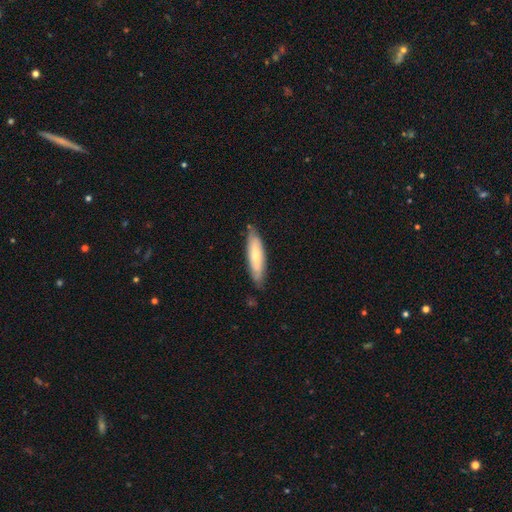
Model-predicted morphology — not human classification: A smooth galaxy with no disk features (59%) that is cigar-shaped (68%).

Vote fractions:
- Smooth or featured? smooth: 59% / featured or disk: 36% / star or artifact: 5%
- How rounded? cigar-shaped: 68% / in between: 31% / round: 1%
- Merging? none: 79% / minor disturbance: 16% / major disturbance: 3% / merger: 2%